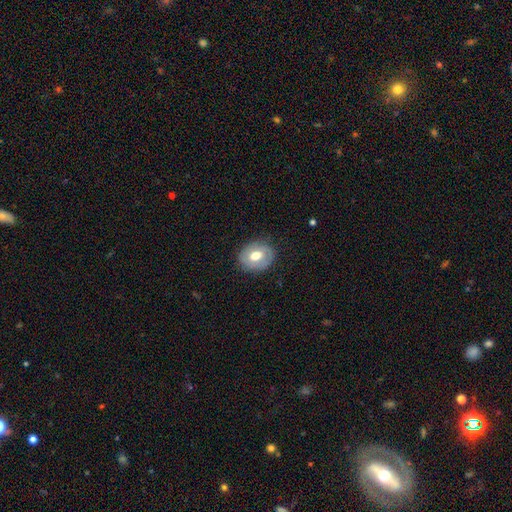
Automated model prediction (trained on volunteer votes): smooth-or-featured: smooth: 57% | featured or disk: 36% | star or artifact: 7%
  how-rounded: round: 50% | in between: 49% | cigar-shaped: 1%
  merging: none: 82% | minor disturbance: 13% | major disturbance: 4% | merger: 1%